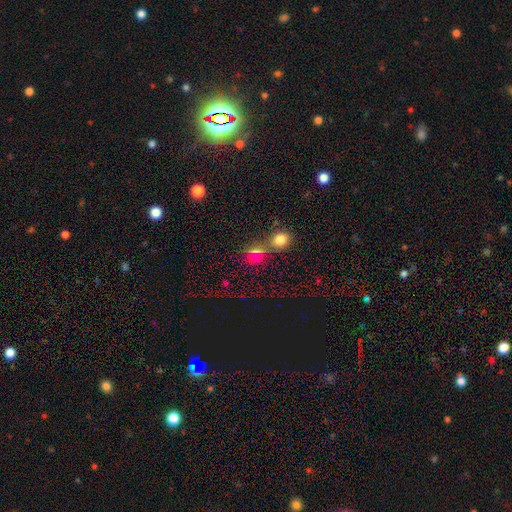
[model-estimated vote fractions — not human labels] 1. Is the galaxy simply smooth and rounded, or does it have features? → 55% smooth, 36% star or artifact, 9% featured or disk.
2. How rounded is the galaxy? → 79% round, 19% in between, 2% cigar-shaped.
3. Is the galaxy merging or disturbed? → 61% none, 24% merger, 10% minor disturbance, 6% major disturbance.